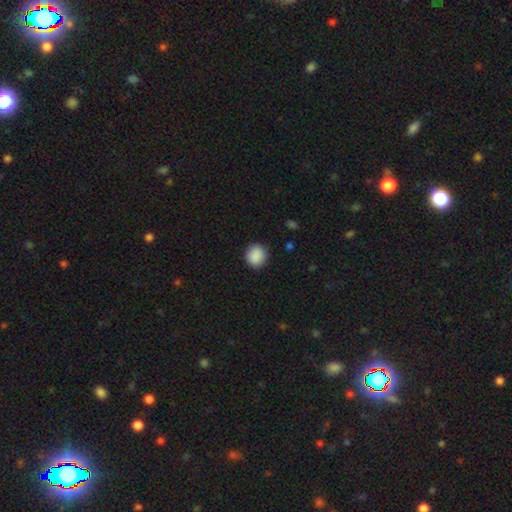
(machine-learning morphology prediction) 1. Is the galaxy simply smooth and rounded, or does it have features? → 89% smooth, 8% star or artifact, 3% featured or disk.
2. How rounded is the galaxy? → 84% round, 15% in between, 1% cigar-shaped.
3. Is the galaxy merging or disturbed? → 88% none, 9% minor disturbance, 2% major disturbance, 1% merger.